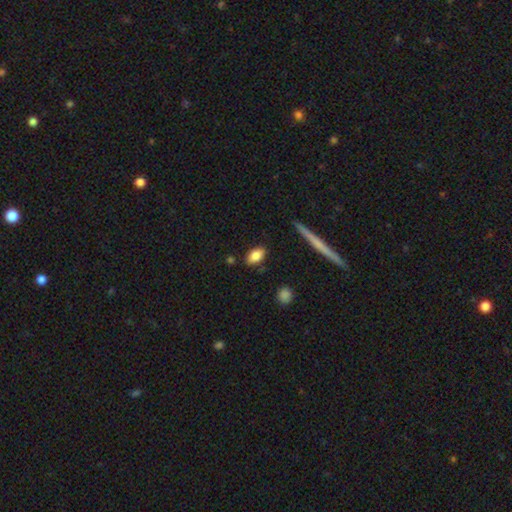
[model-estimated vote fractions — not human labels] Overall: smooth (83%). How rounded: in between (89%). Merging: none (84%).